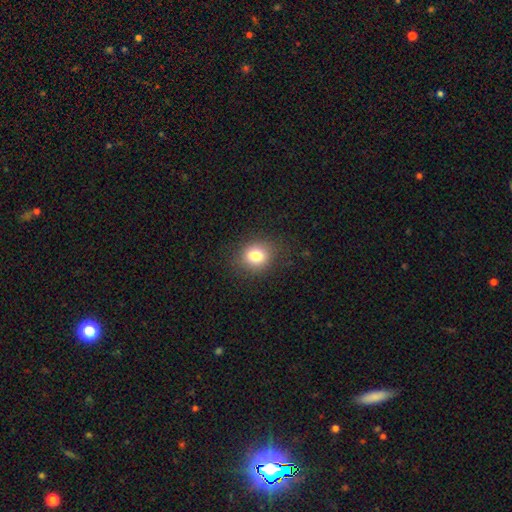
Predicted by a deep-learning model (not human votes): Smooth or featured? Predicted: smooth (p=0.81). How rounded? Predicted: round (p=0.61). Merging? Predicted: none (p=0.84).